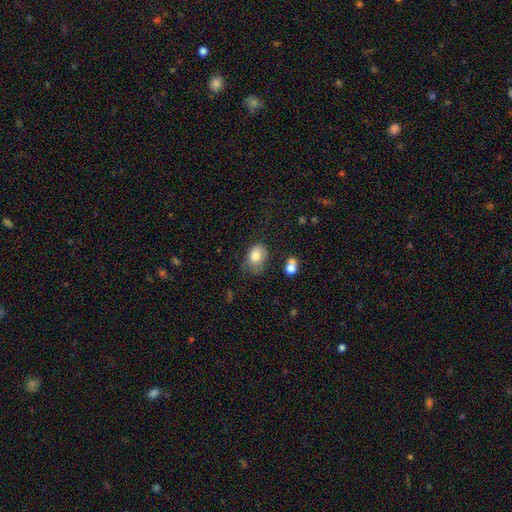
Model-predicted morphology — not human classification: smooth 79%, featured or disk 12%, star or artifact 9%. Down the decision tree: how rounded — in between (65%); merging — none (39%, tied with minor disturbance).